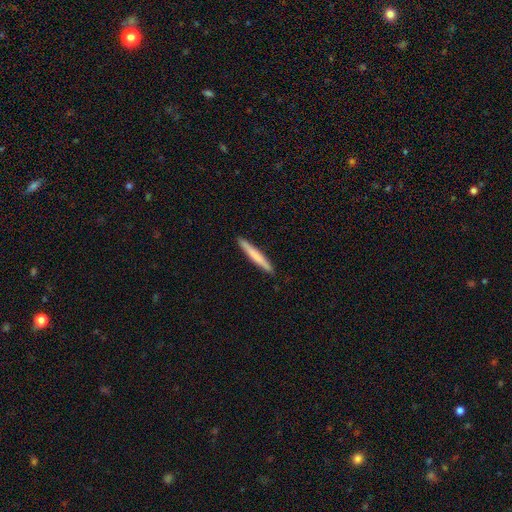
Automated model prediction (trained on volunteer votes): Smooth or featured? smooth (69%)
How rounded? cigar-shaped (96%)
Merging? none (91%)